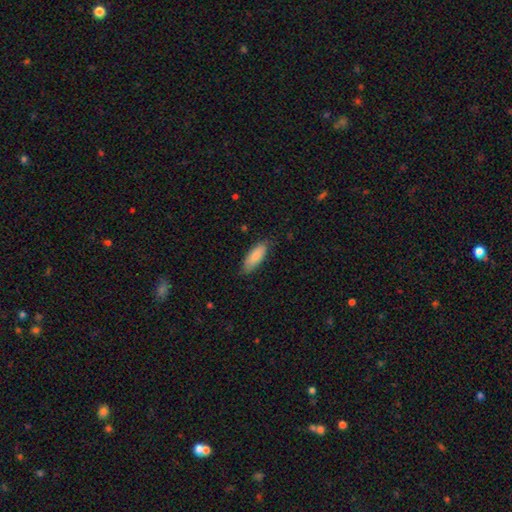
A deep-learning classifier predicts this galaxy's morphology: Overall: smooth (83%). How rounded: in between (69%; cigar-shaped 29%). Merging: none (79%).